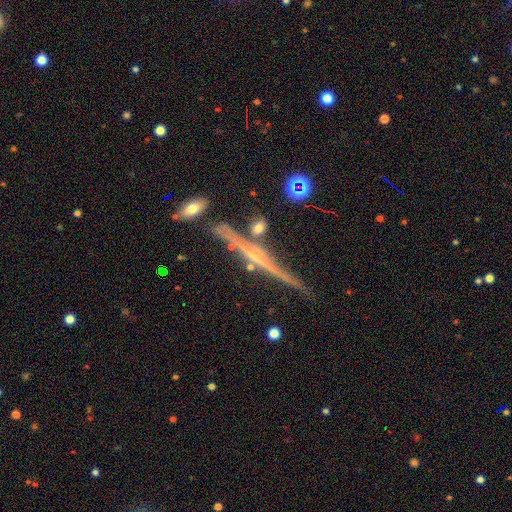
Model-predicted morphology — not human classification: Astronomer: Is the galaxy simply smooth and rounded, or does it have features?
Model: featured or disk — 82%.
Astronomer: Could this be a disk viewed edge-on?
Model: yes — 97%.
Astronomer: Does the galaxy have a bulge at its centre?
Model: rounded — 60%.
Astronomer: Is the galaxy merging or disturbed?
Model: none — 78%.